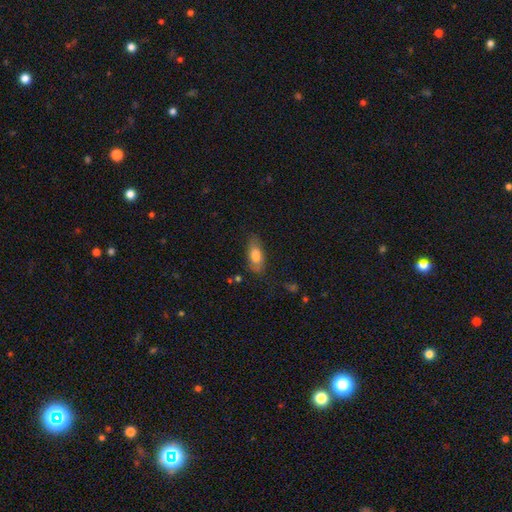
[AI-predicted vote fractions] smooth-or-featured: smooth: 77% | featured or disk: 16% | star or artifact: 7%
  how-rounded: in between: 82% | cigar-shaped: 14% | round: 4%
  merging: none: 73% | minor disturbance: 19% | major disturbance: 6% | merger: 2%